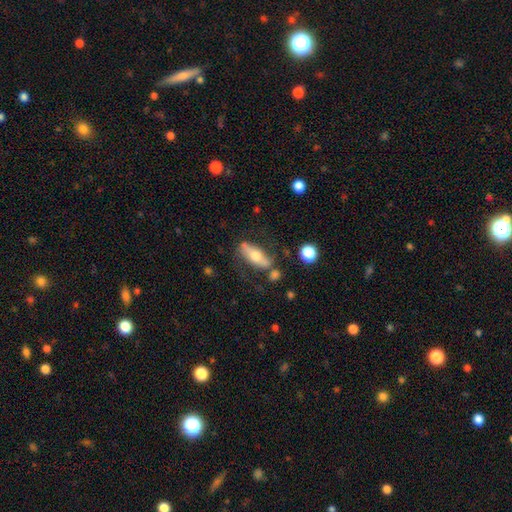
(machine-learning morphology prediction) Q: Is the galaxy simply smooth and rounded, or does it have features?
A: smooth — 49%.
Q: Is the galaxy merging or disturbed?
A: none — 64%.